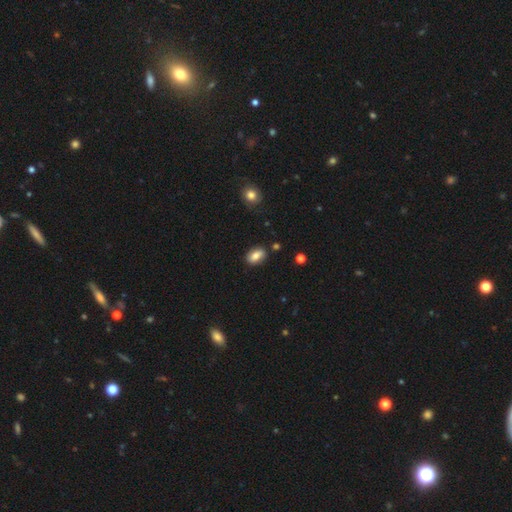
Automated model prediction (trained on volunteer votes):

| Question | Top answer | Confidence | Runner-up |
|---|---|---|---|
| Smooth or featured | smooth | 80% | featured or disk (12%) |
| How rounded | in between | 88% | round (9%) |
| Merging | none | 83% | minor disturbance (12%) |